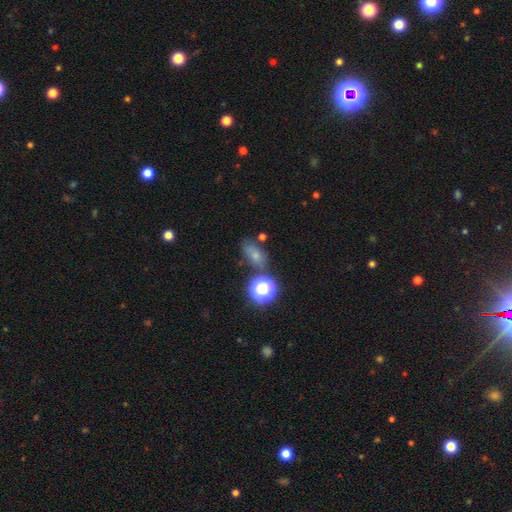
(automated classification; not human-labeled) Smooth or featured? smooth (46%)
Merging? none (69%)